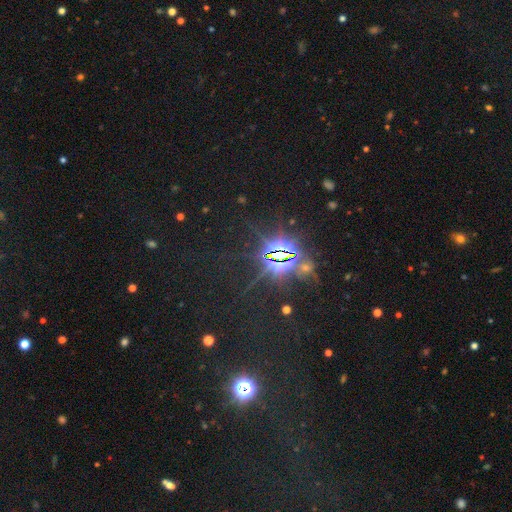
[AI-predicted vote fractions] Overall: star or artifact (79%).